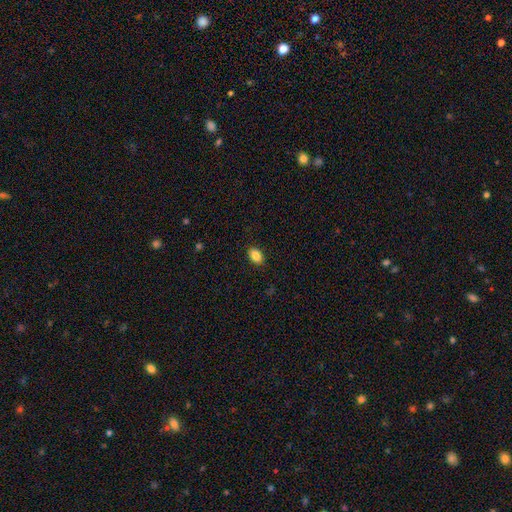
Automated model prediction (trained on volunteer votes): Smooth or featured? Predicted: smooth (p=0.86). How rounded? Predicted: in between (p=0.83). Merging? Predicted: none (p=0.90).